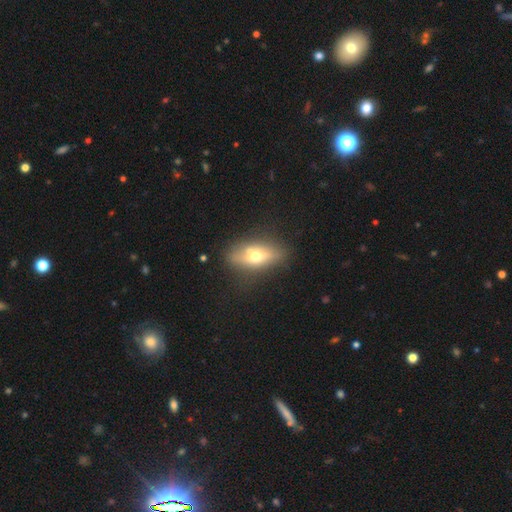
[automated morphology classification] A smooth galaxy with no disk features (49%).

Vote fractions:
- Smooth or featured? smooth: 49% / featured or disk: 42% / star or artifact: 9%
- Merging? none: 71% / minor disturbance: 15% / merger: 8% / major disturbance: 6%